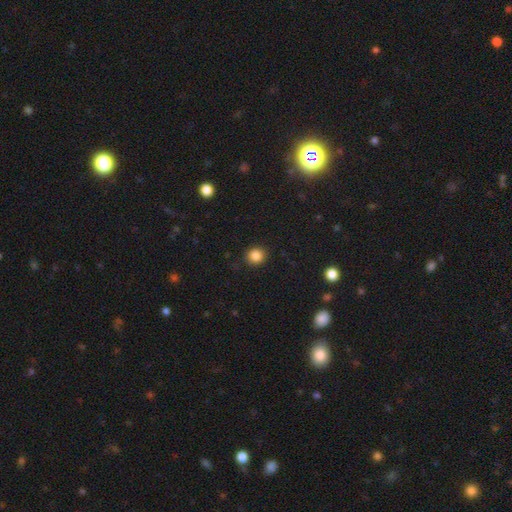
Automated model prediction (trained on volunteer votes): Smooth or featured? smooth (85%)
How rounded? round (87%)
Merging? none (91%)